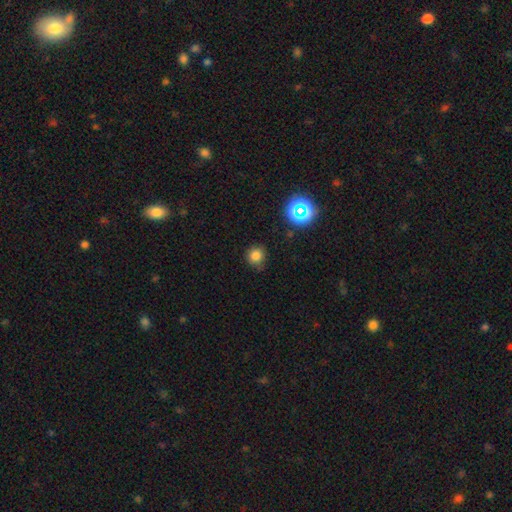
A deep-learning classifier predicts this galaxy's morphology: Q: Smooth or featured?
A: smooth (78%); runner-up: star or artifact (16%)
Q: How rounded?
A: round (90%); runner-up: in between (9%)
Q: Merging?
A: none (75%); runner-up: minor disturbance (19%)